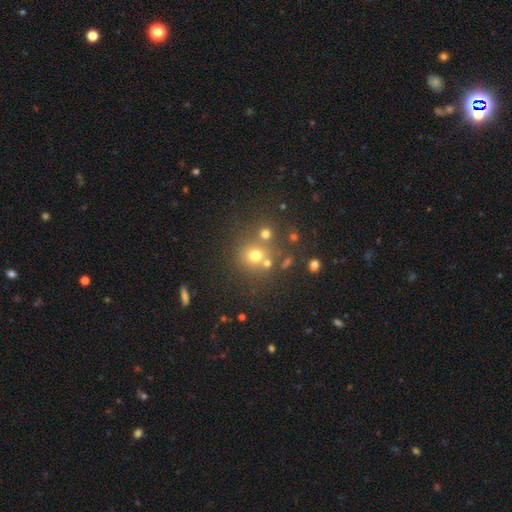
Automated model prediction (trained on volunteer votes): This is likely a smooth galaxy (67%). How rounded: clearly round (87%). Merging: likely none (63%).